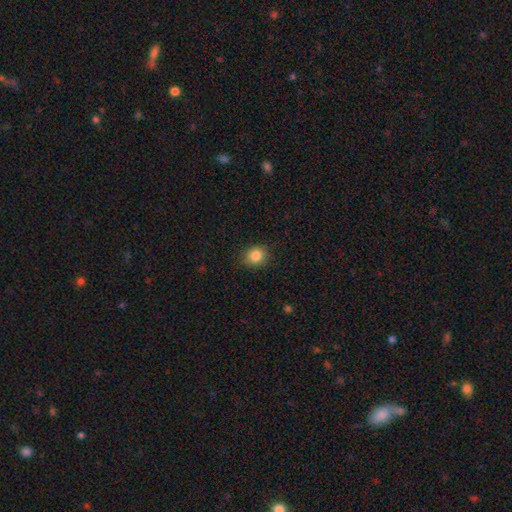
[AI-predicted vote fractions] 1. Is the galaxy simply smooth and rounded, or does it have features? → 85% smooth, 10% star or artifact, 5% featured or disk.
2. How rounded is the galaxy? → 74% round, 25% in between, 1% cigar-shaped.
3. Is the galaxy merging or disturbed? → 88% none, 9% minor disturbance, 2% major disturbance, 1% merger.